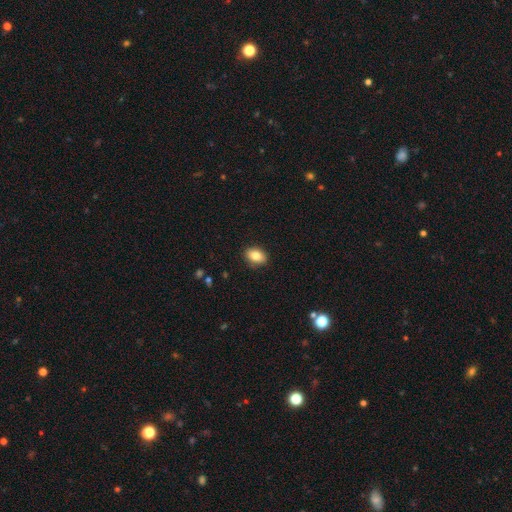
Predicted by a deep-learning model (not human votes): smooth 84%, star or artifact 8%, featured or disk 7%. Down the decision tree: how rounded — in between (77%); merging — none (89%).